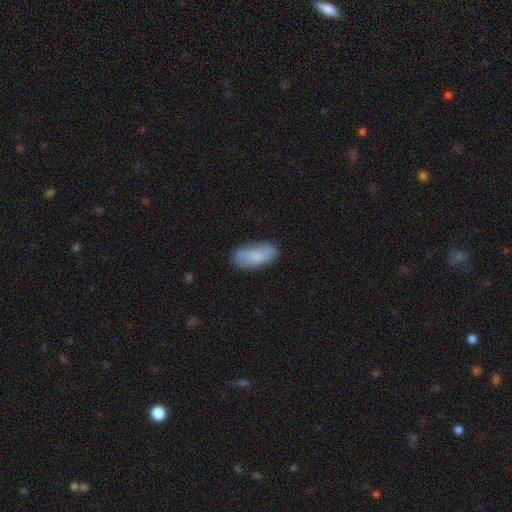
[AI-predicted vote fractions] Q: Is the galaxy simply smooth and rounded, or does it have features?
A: smooth — 75%.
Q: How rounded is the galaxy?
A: in between — 86%.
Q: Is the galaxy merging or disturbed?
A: none — 71%.